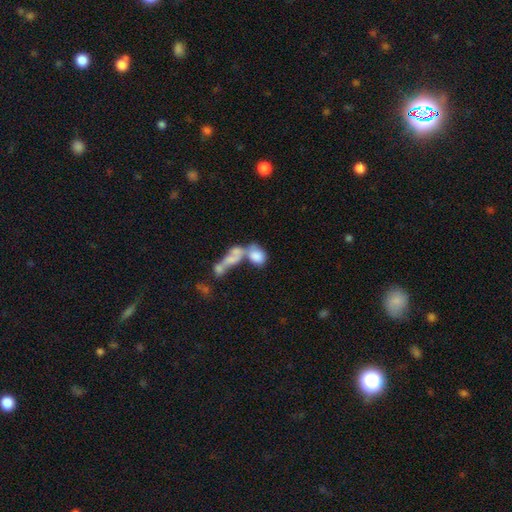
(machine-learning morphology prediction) smooth_or_featured: smooth (p=0.69) [alt: featured or disk p=0.21]
how_rounded: in between (p=0.71) [alt: round p=0.23]
merging: merger (p=0.63) [alt: none p=0.19]